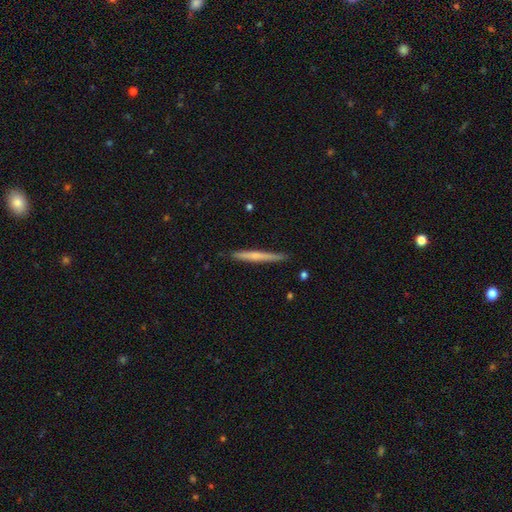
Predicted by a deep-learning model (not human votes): This is possibly a smooth galaxy (51%). How rounded: clearly cigar-shaped (97%). Merging: clearly none (87%).